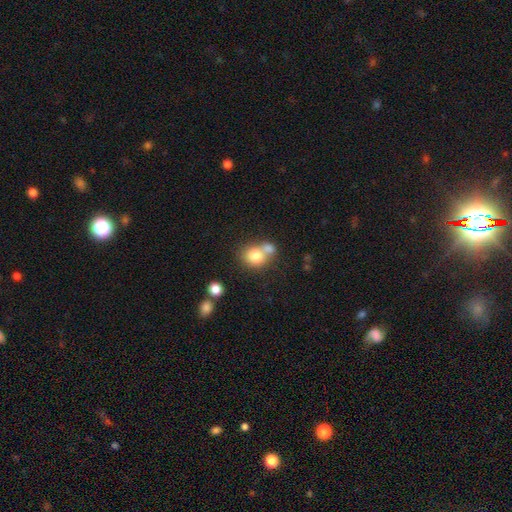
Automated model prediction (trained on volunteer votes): A smooth galaxy with no disk features (77%) that is round (71%).

Vote fractions:
- Smooth or featured? smooth: 77% / featured or disk: 13% / star or artifact: 10%
- How rounded? round: 71% / in between: 28% / cigar-shaped: 1%
- Merging? merger: 49% / none: 38% / minor disturbance: 10% / major disturbance: 4%